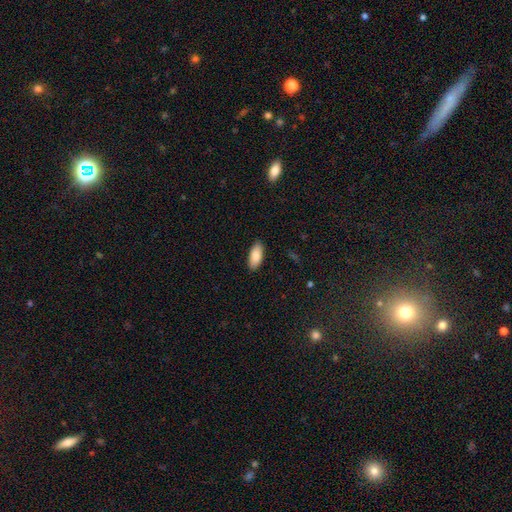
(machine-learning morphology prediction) smooth_or_featured: smooth (p=0.85) [alt: featured or disk p=0.08]
how_rounded: in between (p=0.89) [alt: cigar-shaped p=0.09]
merging: none (p=0.89) [alt: minor disturbance p=0.08]